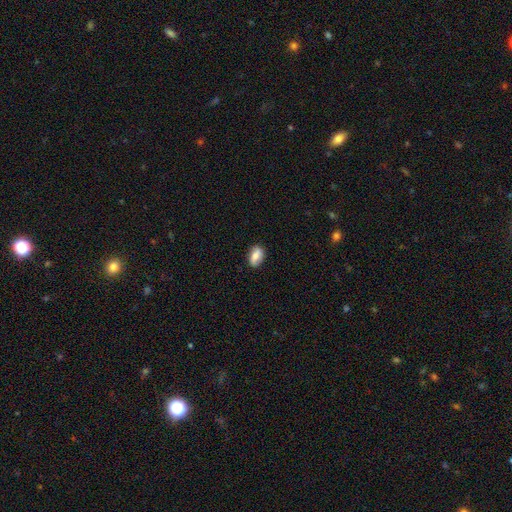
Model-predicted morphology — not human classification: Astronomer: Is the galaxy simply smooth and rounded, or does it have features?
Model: smooth — 64%.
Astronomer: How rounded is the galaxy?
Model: in between — 84%.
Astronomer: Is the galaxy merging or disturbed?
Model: none — 84%.